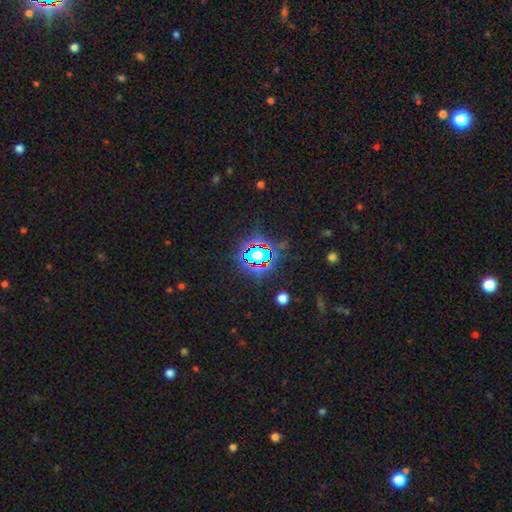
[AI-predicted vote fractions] Smooth or featured? star or artifact (69%)